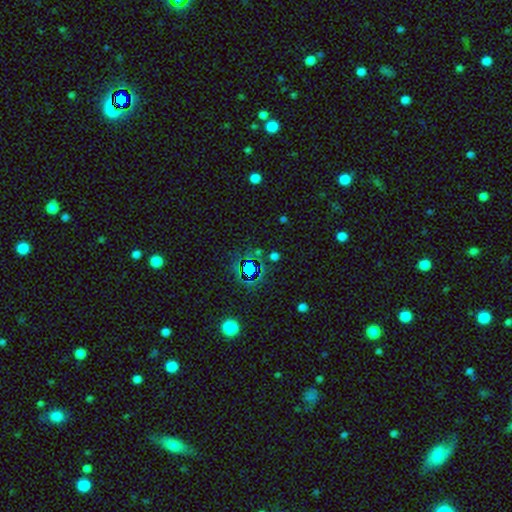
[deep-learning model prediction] smooth-or-featured: star or artifact: 67% | smooth: 23% | featured or disk: 10%